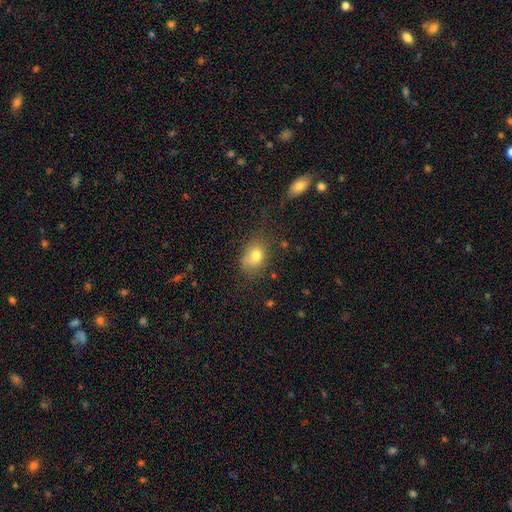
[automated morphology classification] Overall: smooth (77%). How rounded: in between (67%; round 31%). Merging: none (63%; minor disturbance 24%).